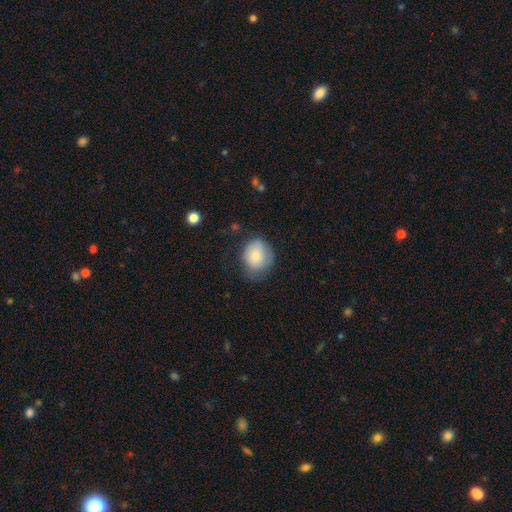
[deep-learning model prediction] Smooth or featured? smooth (81%)
How rounded? round (62%)
Merging? none (54%)